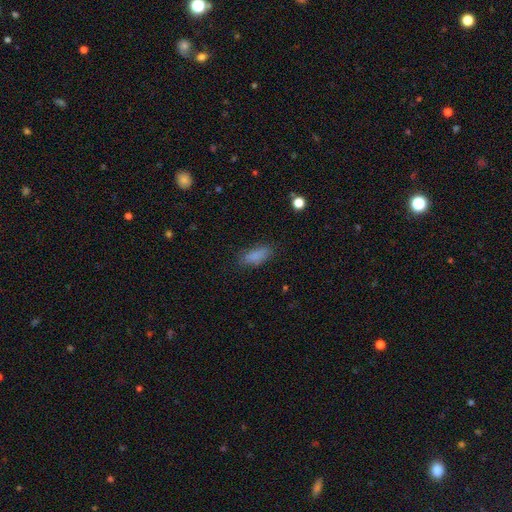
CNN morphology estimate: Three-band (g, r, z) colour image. It shows a smooth galaxy with no disk features (84%) that is in between round and cigar-shaped (78%). Merging: none (77%).